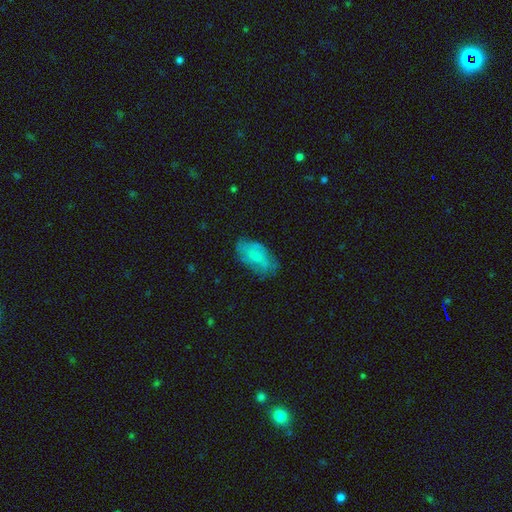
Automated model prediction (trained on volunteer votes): Smooth or featured: smooth — 62% (featured or disk — 31%)
How rounded: in between — 93% (round — 4%)
Merging: none — 67% (minor disturbance — 24%)